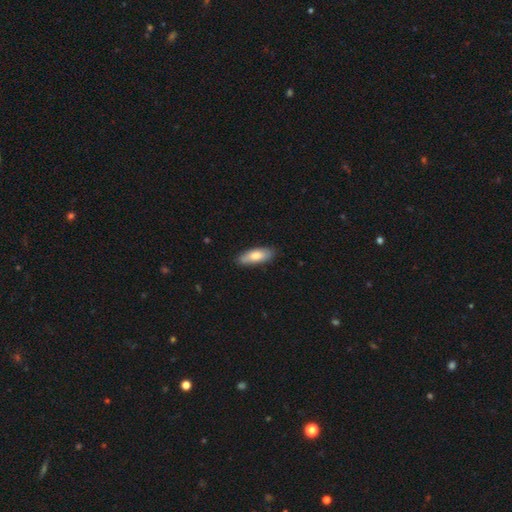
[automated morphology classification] Smooth or featured? Predicted: smooth (p=0.78). How rounded? Predicted: in between (p=0.70). Merging? Predicted: none (p=0.82).